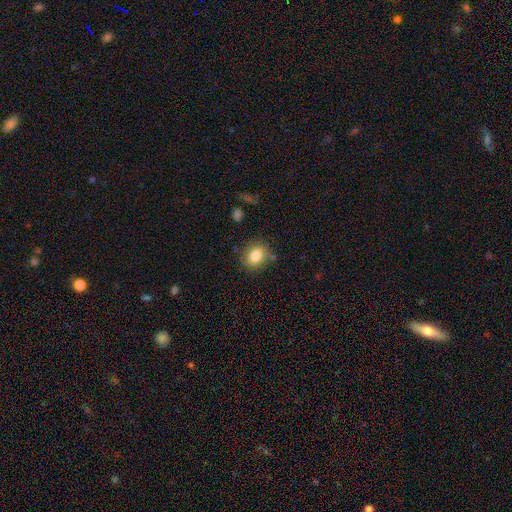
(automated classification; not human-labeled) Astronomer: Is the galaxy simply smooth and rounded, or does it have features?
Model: smooth — 82%.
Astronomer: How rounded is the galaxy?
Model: round — 55% (runner-up: in between, 44%).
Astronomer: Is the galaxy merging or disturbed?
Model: none — 81%.